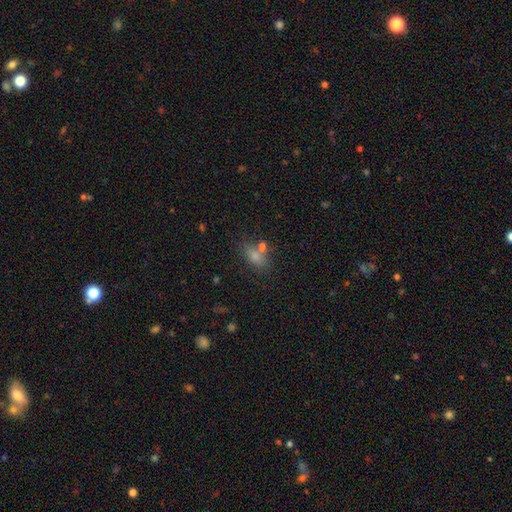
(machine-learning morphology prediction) Smooth or featured: smooth — 73% (star or artifact — 15%)
How rounded: in between — 78% (round — 12%)
Merging: none — 54% (merger — 23%)